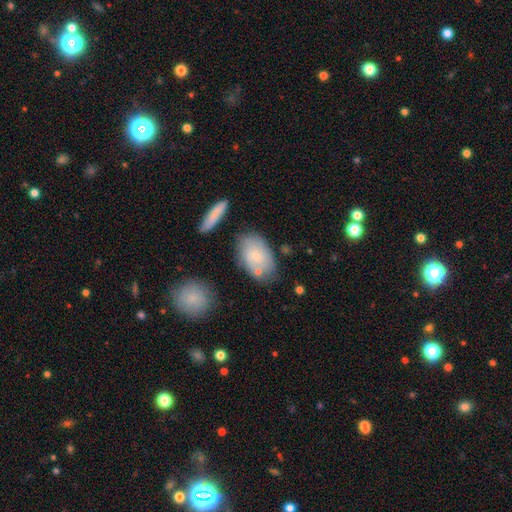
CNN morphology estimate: smooth 68%, featured or disk 25%, star or artifact 6%. Down the decision tree: how rounded — in between (90%); merging — none (69%).